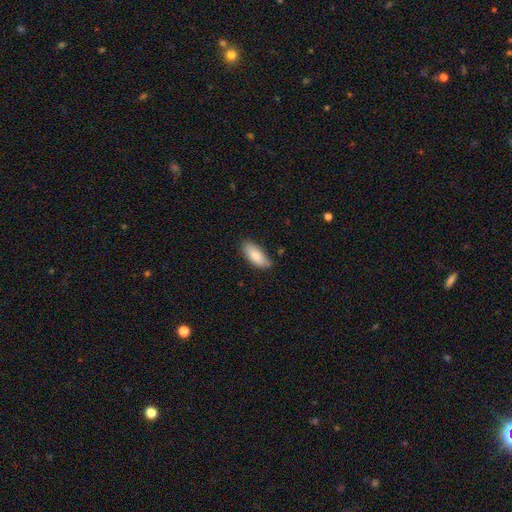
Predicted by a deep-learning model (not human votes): Q: Smooth or featured?
A: smooth (83%); runner-up: featured or disk (11%)
Q: How rounded?
A: in between (85%); runner-up: cigar-shaped (13%)
Q: Merging?
A: none (76%); runner-up: minor disturbance (19%)